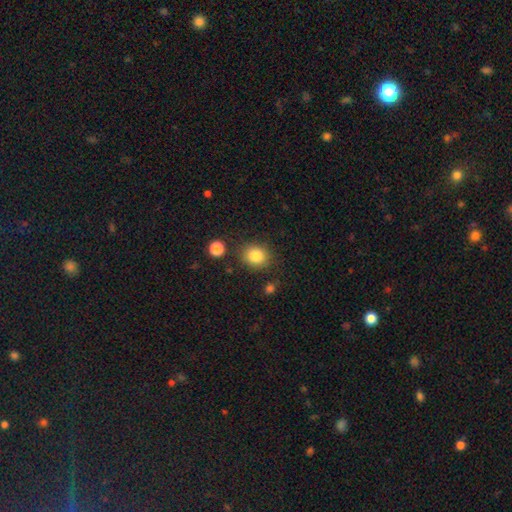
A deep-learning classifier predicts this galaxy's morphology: Smooth or featured? smooth (84%)
How rounded? round (70%)
Merging? none (82%)